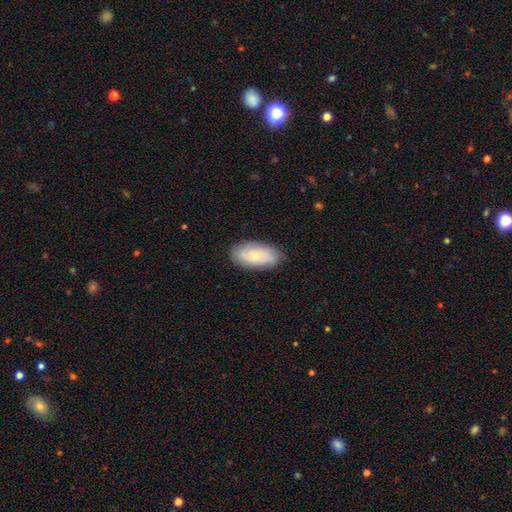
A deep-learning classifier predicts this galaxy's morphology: smooth_or_featured: smooth (p=0.59) [alt: featured or disk p=0.35]
how_rounded: in between (p=0.92) [alt: cigar-shaped p=0.05]
merging: none (p=0.84) [alt: minor disturbance p=0.13]